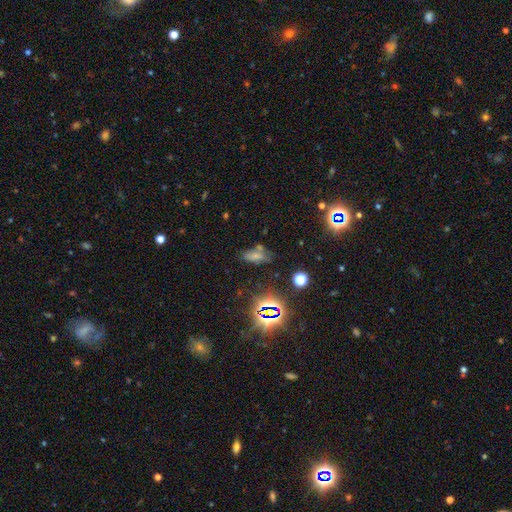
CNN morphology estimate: smooth 54%, star or artifact 30%, featured or disk 16%. Down the decision tree: how rounded — in between (78%); merging — none (57%).